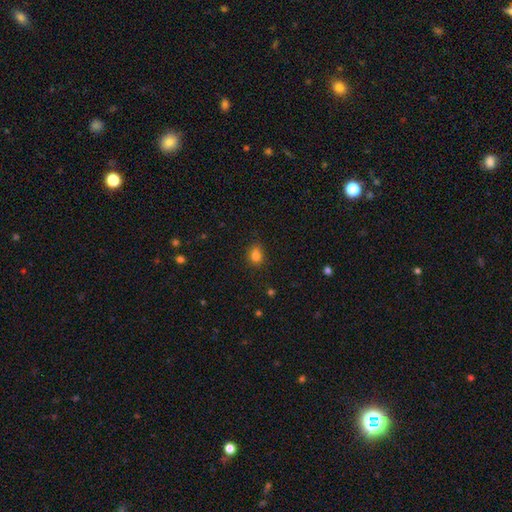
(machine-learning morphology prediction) Overall: smooth (80%). How rounded: in between (52%; round 47%). Merging: none (77%).